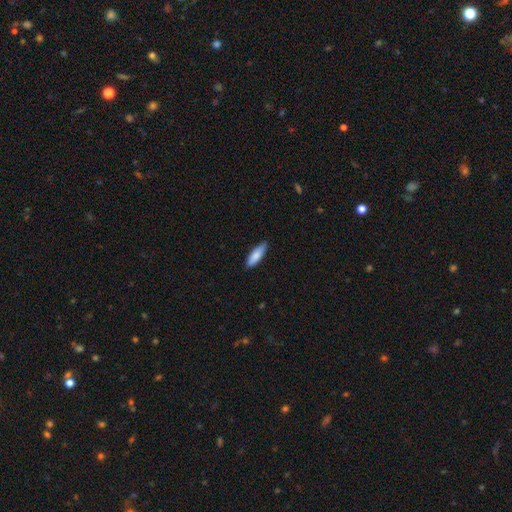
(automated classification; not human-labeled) smooth-or-featured: smooth: 83% | featured or disk: 12% | star or artifact: 6%
  how-rounded: cigar-shaped: 52% | in between: 47% | round: 2%
  merging: none: 85% | minor disturbance: 12% | major disturbance: 2% | merger: 1%